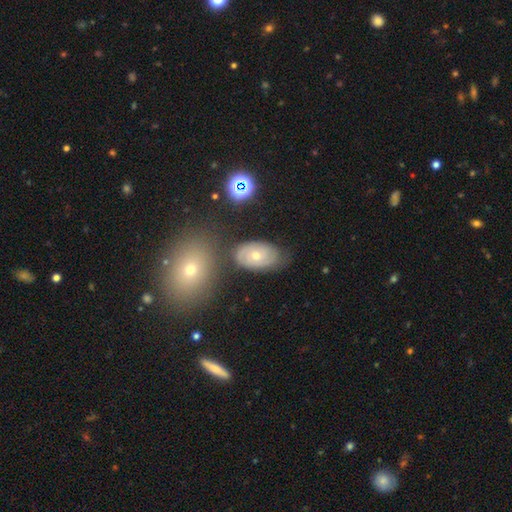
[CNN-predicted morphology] Q: Smooth or featured?
A: featured or disk (55%); runner-up: smooth (35%)
Q: Edge-on disk?
A: no (95%); runner-up: yes (5%)
Q: Bar?
A: no (81%); runner-up: weak (16%)
Q: Spiral arms?
A: yes (71%); runner-up: no (29%)
Q: Bulge size?
A: moderate (50%); runner-up: small (46%)
Q: Merging?
A: none (69%); runner-up: minor disturbance (19%)